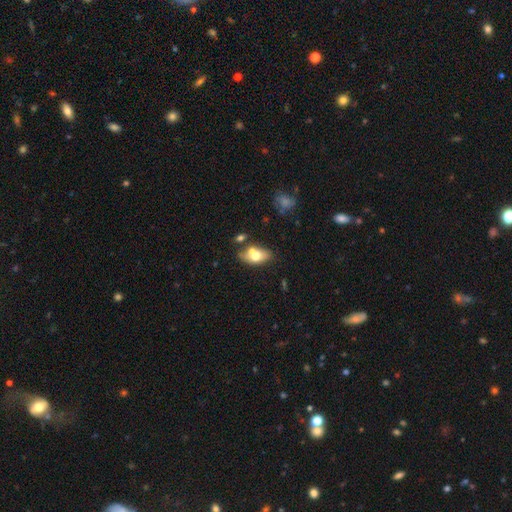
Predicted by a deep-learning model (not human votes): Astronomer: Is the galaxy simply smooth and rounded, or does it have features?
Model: smooth — 66%.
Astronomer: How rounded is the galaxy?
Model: in between — 87%.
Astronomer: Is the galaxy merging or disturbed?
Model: none — 50% (runner-up: merger, 28%).